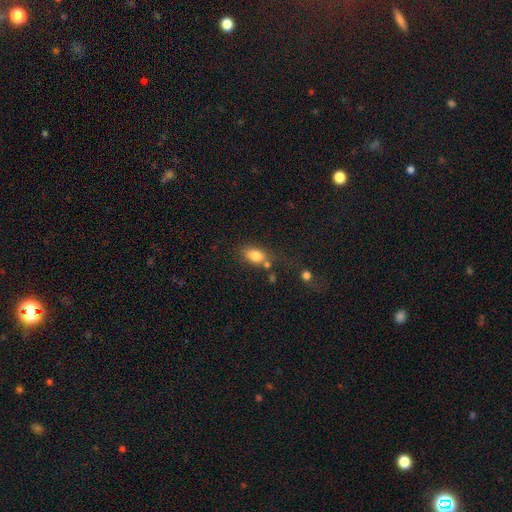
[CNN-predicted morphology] Smooth or featured: smooth — 81% (featured or disk — 10%)
How rounded: in between — 80% (round — 17%)
Merging: none — 57% (minor disturbance — 18%)